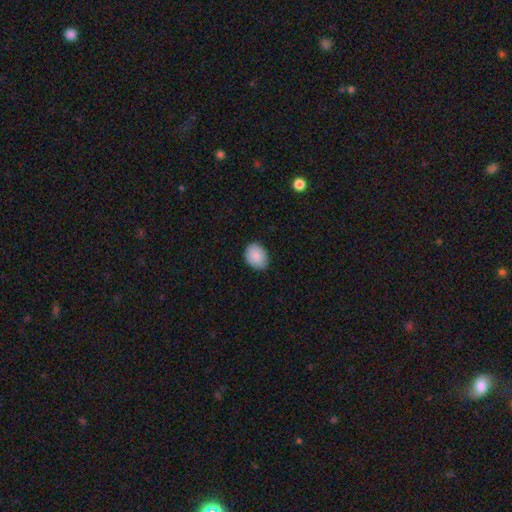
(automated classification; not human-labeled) Smooth or featured? smooth (88%)
How rounded? in between (69%)
Merging? none (84%)